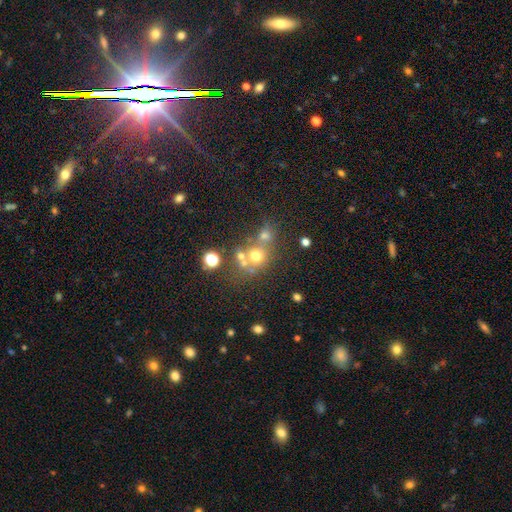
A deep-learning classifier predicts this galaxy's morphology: smooth 59%, star or artifact 22%, featured or disk 18%. Down the decision tree: how rounded — round (83%); merging — none (49%).